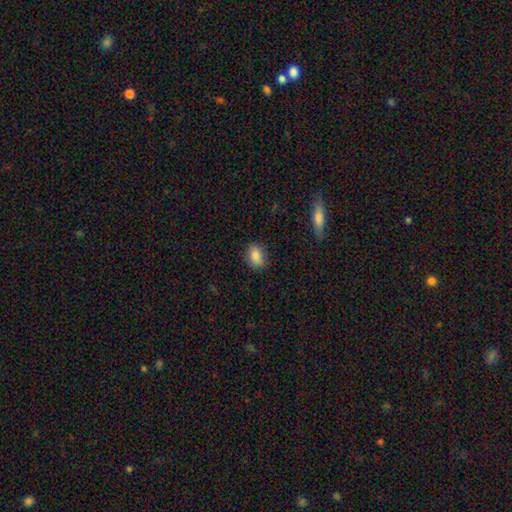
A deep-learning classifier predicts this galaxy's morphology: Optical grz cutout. It shows a smooth galaxy with no disk features (85%) that is in between round and cigar-shaped (67%). Merging: none (83%).